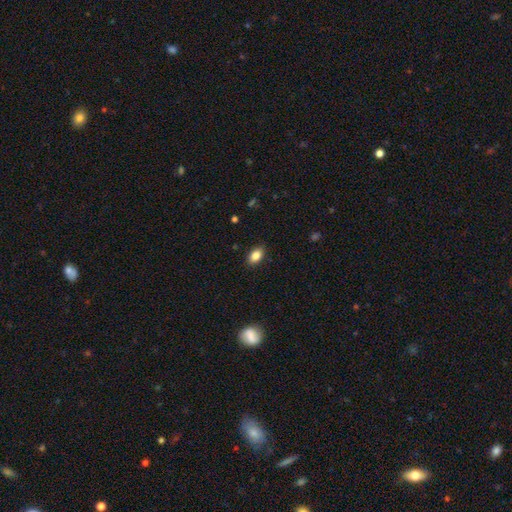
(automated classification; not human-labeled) The model was most divided on "smooth or featured": smooth: 85%, star or artifact: 9%, featured or disk: 7%. More confident: how rounded — in between (88%); merging — none (87%).